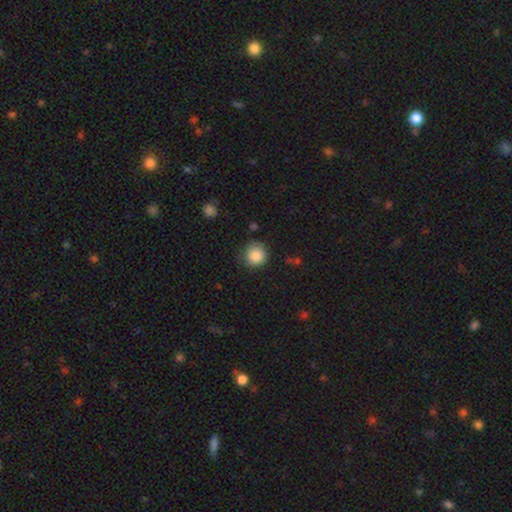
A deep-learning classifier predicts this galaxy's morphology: The model was most divided on "merging": none: 78%, minor disturbance: 16%, major disturbance: 4%, merger: 2%. More confident: how rounded — round (91%); smooth or featured — smooth (87%).